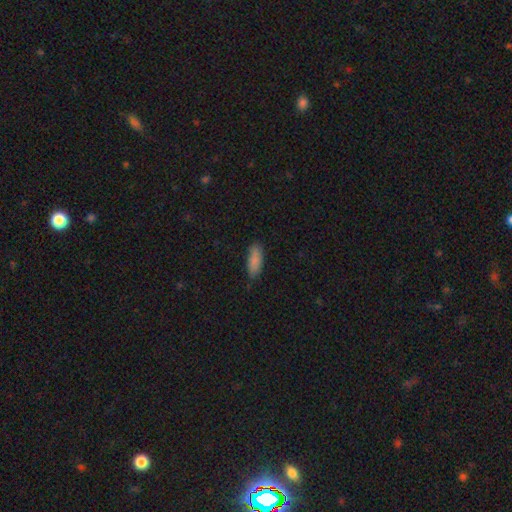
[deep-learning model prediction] This appears to be a smooth galaxy with no disk features (84%) that is in between round and cigar-shaped (60%). Merging: none (83%).